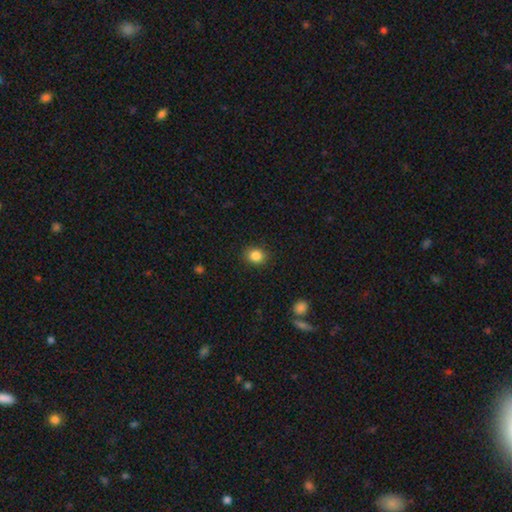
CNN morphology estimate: Smooth or featured? smooth (85%)
How rounded? round (66%)
Merging? none (89%)